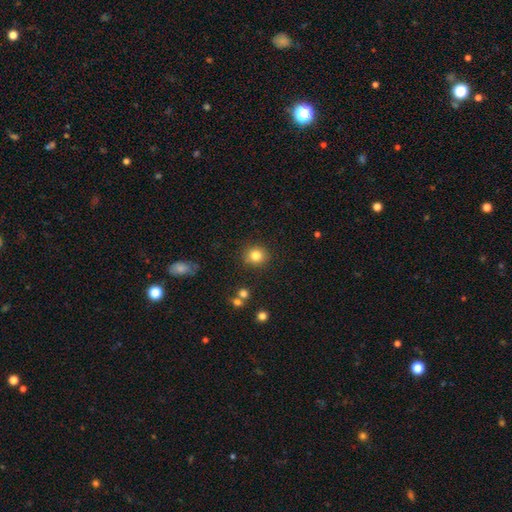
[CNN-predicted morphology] type=smooth (82%); roundness=round (87%); merging=none (88%).